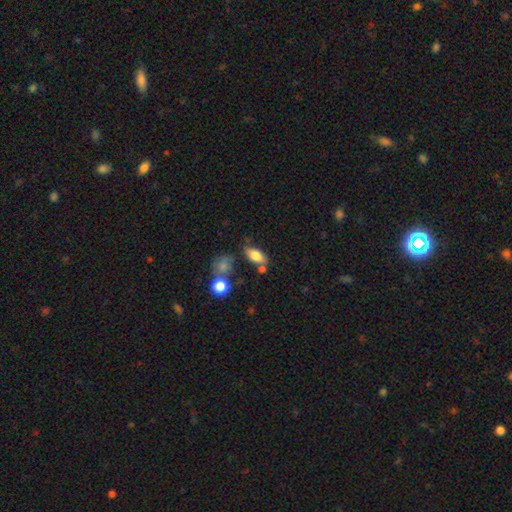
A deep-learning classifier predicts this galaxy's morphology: The model was most divided on "merging": none: 62%, minor disturbance: 19%, merger: 13%, major disturbance: 6%. More confident: how rounded — in between (85%); smooth or featured — smooth (78%).